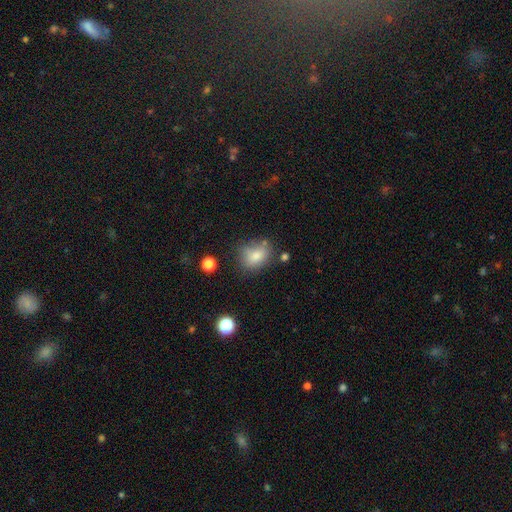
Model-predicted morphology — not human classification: A smooth galaxy with no disk features (80%) that is in between round and cigar-shaped (62%). Merging: none (60%).